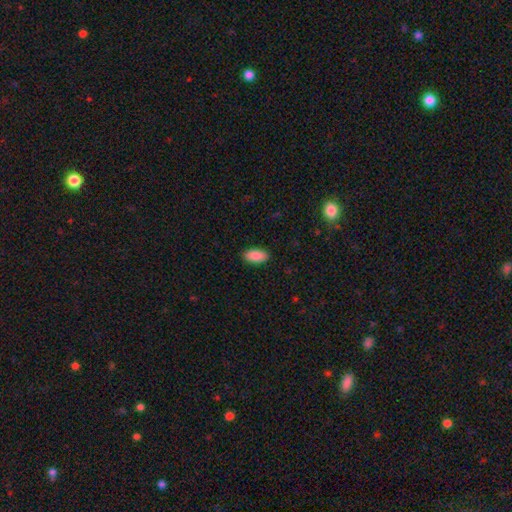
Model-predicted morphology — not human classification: Smooth or featured?
  - smooth: 90% *
  - star or artifact: 6%
  - featured or disk: 4%
How rounded?
  - in between: 94% *
  - cigar-shaped: 4%
  - round: 2%
Merging?
  - none: 89% *
  - minor disturbance: 8%
  - major disturbance: 2%
  - merger: 1%